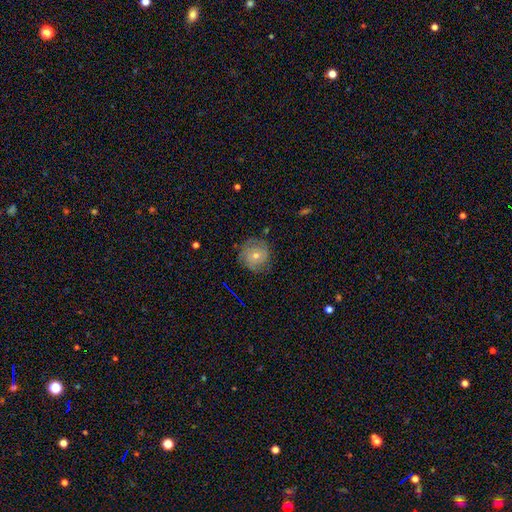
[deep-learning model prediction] smooth-or-featured: featured or disk: 54% | smooth: 33% | star or artifact: 13%
  disk-edge-on: no: 96% | yes: 4%
    bar: no: 77% | weak: 19% | strong: 4%
    has-spiral-arms: yes: 79% | no: 21%
    bulge-size: small: 53% | moderate: 43% | large: 2% | none: 1% | dominant: 1%
  merging: none: 80% | minor disturbance: 14% | major disturbance: 5% | merger: 1%